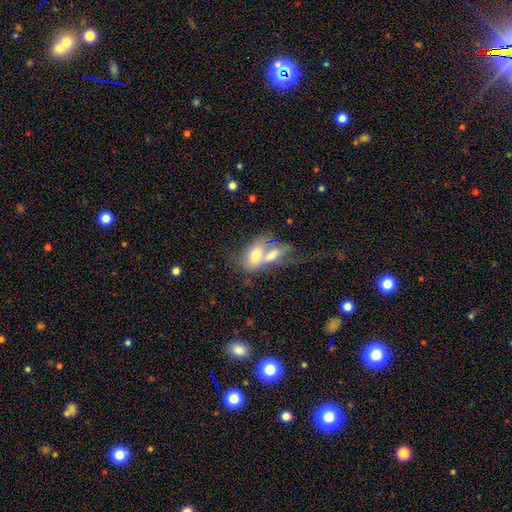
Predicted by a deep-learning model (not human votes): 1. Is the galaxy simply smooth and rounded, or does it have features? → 65% smooth, 28% featured or disk, 7% star or artifact.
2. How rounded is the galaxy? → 82% in between, 12% round, 6% cigar-shaped.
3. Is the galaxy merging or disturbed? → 72% merger, 15% none, 7% major disturbance, 6% minor disturbance.